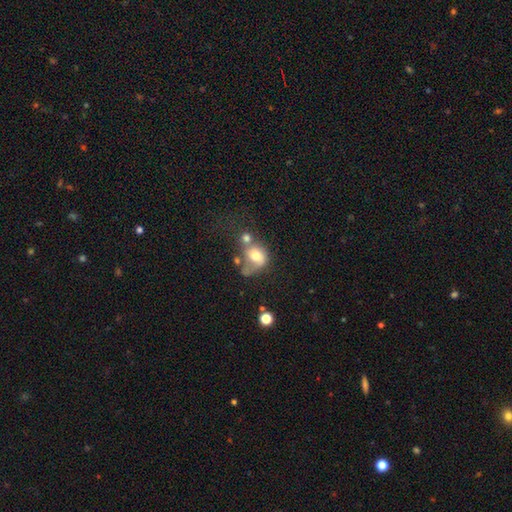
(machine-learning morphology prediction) smooth_or_featured: smooth (p=0.66) [alt: featured or disk p=0.24]
how_rounded: round (p=0.56) [alt: in between p=0.43]
merging: merger (p=0.42) [alt: none p=0.21]